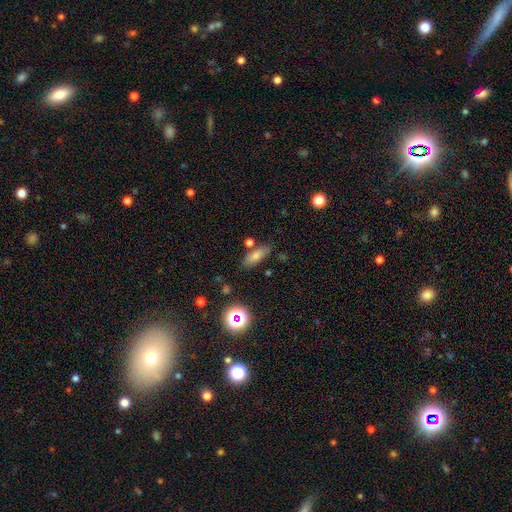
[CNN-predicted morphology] smooth 75%, featured or disk 13%, star or artifact 12%. Down the decision tree: how rounded — in between (68%); merging — none (75%).